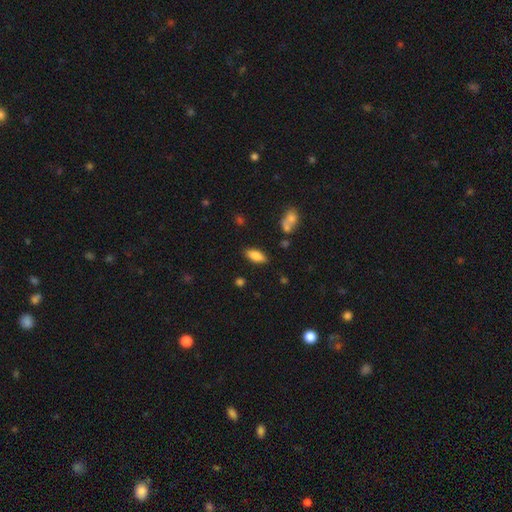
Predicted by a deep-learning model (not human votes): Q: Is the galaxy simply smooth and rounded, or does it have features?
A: smooth — 82%.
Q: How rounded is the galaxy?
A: in between — 82%.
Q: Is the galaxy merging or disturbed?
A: none — 84%.